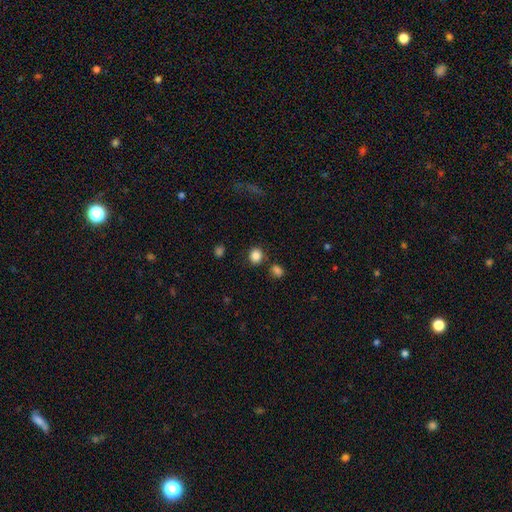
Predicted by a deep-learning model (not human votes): smooth_or_featured: smooth (p=0.85) [alt: star or artifact p=0.11]
how_rounded: round (p=0.80) [alt: in between p=0.19]
merging: none (p=0.83) [alt: minor disturbance p=0.08]